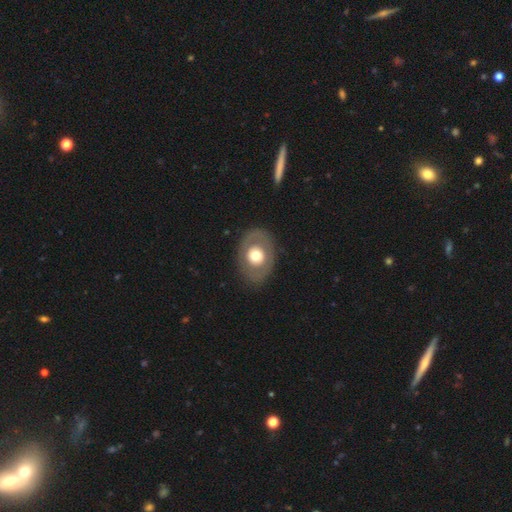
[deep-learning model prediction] This is possibly a smooth galaxy (52%). How rounded: possibly in between (58%). Merging: clearly none (84%).